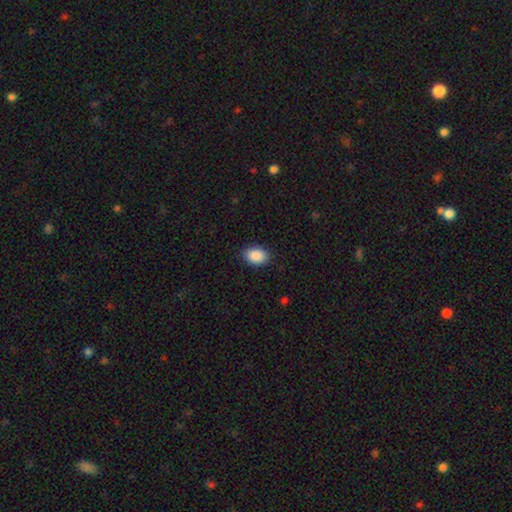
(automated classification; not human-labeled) smooth_or_featured: smooth (p=0.89) [alt: star or artifact p=0.07]
how_rounded: in between (p=0.81) [alt: round p=0.18]
merging: none (p=0.88) [alt: minor disturbance p=0.09]